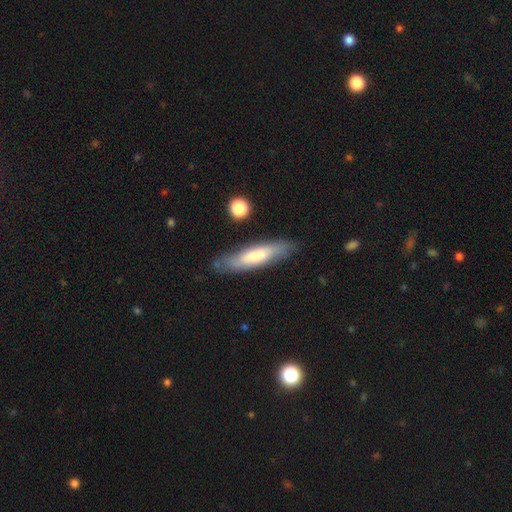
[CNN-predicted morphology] Q: Smooth or featured?
A: smooth (66%); runner-up: featured or disk (28%)
Q: How rounded?
A: cigar-shaped (74%); runner-up: in between (24%)
Q: Merging?
A: none (78%); runner-up: minor disturbance (16%)